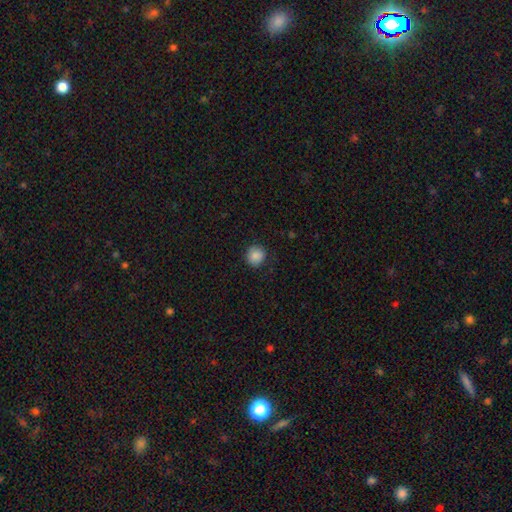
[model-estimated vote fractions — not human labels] Smooth or featured?
  - smooth: 87% *
  - star or artifact: 9%
  - featured or disk: 4%
How rounded?
  - round: 90% *
  - in between: 9%
  - cigar-shaped: 1%
Merging?
  - none: 86% *
  - minor disturbance: 10%
  - major disturbance: 3%
  - merger: 1%